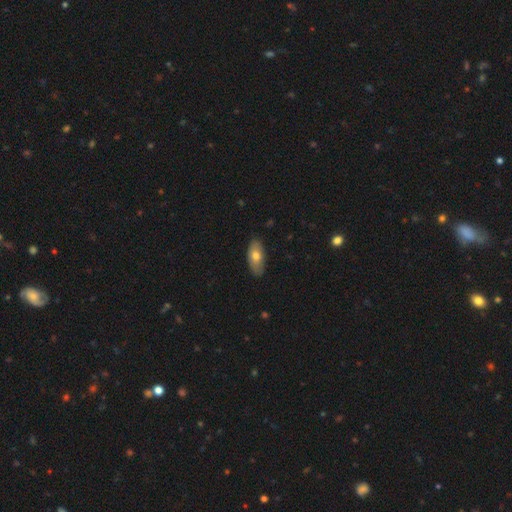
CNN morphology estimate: smooth 71%, featured or disk 23%, star or artifact 6%. Down the decision tree: how rounded — in between (88%); merging — none (83%).